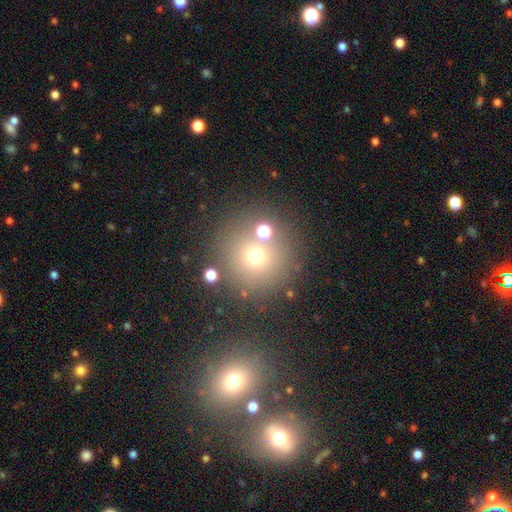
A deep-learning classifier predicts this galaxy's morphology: smooth 66%, star or artifact 22%, featured or disk 11%. Down the decision tree: how rounded — round (93%); merging — none (76%).